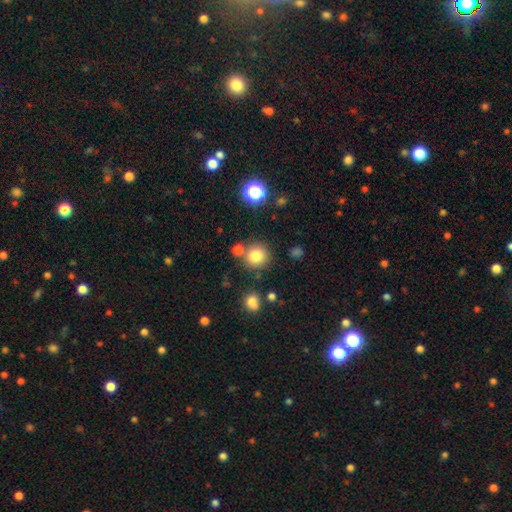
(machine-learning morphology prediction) The model was most divided on "smooth or featured": smooth: 79%, star or artifact: 13%, featured or disk: 7%. More confident: how rounded — round (92%); merging — none (77%).